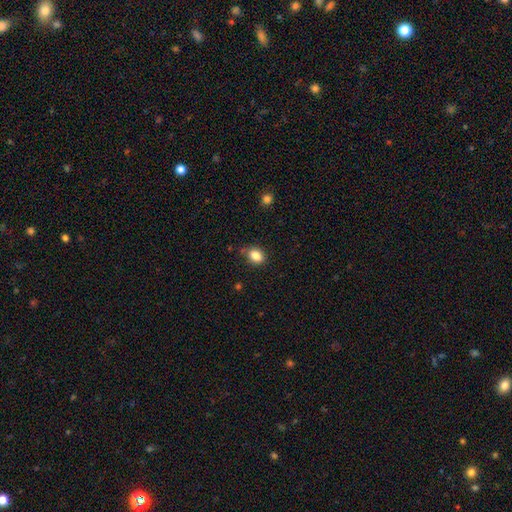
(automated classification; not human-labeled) Smooth or featured?
  - smooth: 84% *
  - star or artifact: 10%
  - featured or disk: 6%
How rounded?
  - in between: 62% *
  - round: 36%
  - cigar-shaped: 1%
Merging?
  - none: 76% *
  - minor disturbance: 17%
  - merger: 4%
  - major disturbance: 3%